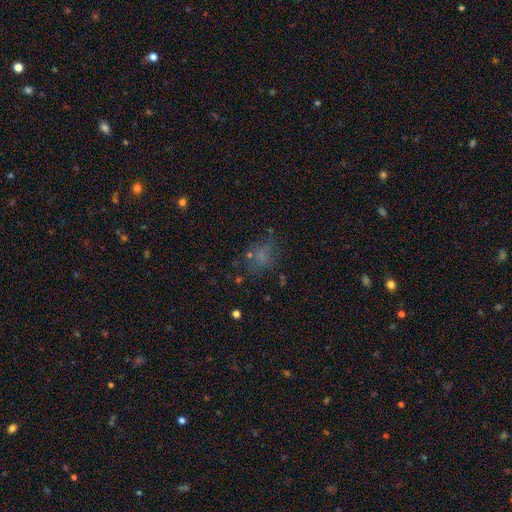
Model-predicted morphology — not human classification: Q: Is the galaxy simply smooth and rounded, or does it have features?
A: smooth — 52%.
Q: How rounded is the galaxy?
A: in between — 52%.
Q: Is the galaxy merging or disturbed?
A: none — 64%.